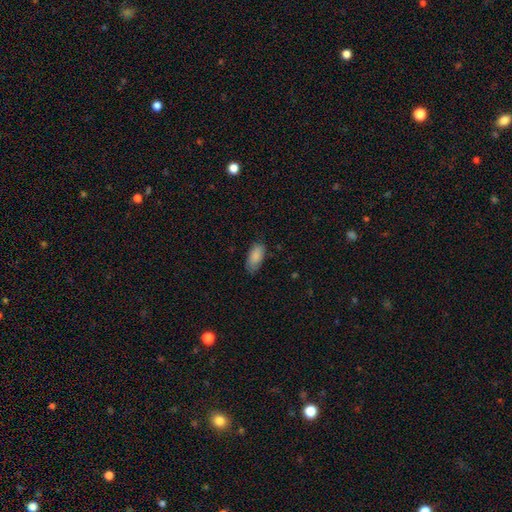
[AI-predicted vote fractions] Q: Smooth or featured?
A: smooth (87%); runner-up: featured or disk (7%)
Q: How rounded?
A: in between (91%); runner-up: cigar-shaped (6%)
Q: Merging?
A: none (75%); runner-up: minor disturbance (20%)